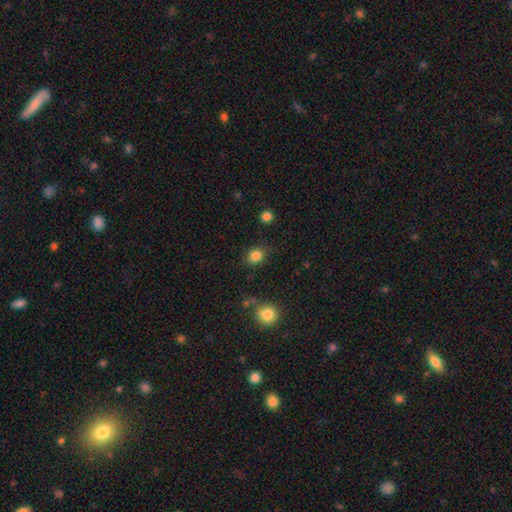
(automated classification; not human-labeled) A smooth galaxy with no disk features (84%) that is round (63%). Merging: none (82%).